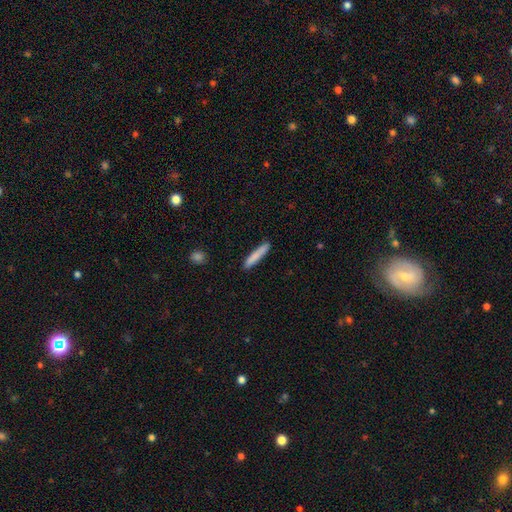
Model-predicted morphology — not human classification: type=smooth (82%); roundness=cigar-shaped (93%); merging=none (89%).